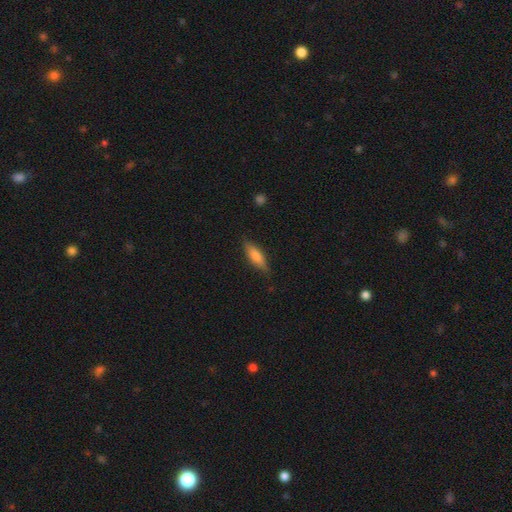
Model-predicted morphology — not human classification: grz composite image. It shows a smooth galaxy with no disk features (73%) that is cigar-shaped (57%). Merging: none (82%).